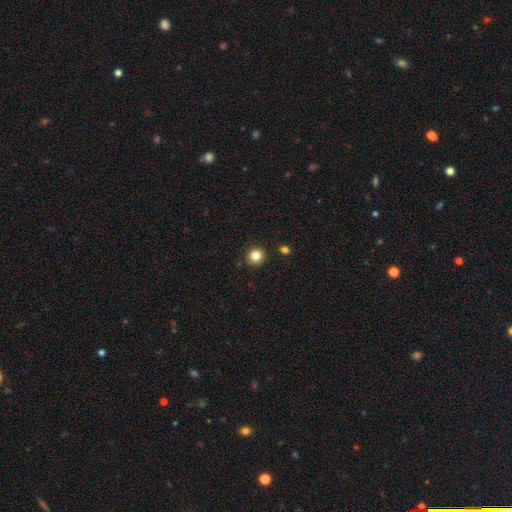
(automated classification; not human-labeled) A smooth galaxy with no disk features (83%) that is round (90%).

Vote fractions:
- Smooth or featured? smooth: 83% / star or artifact: 12% / featured or disk: 5%
- How rounded? round: 90% / in between: 10% / cigar-shaped: 1%
- Merging? none: 90% / minor disturbance: 6% / merger: 2% / major disturbance: 2%